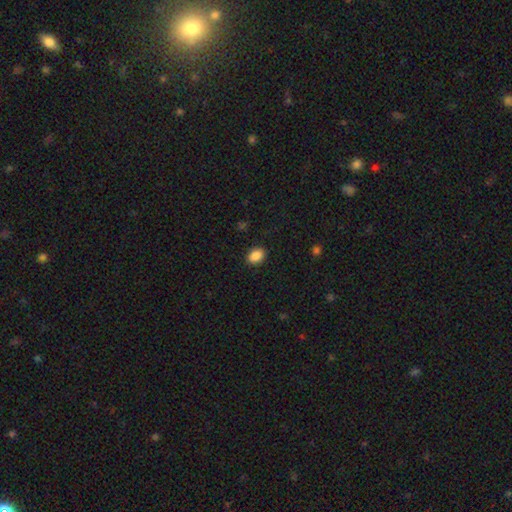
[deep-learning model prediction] A smooth galaxy with no disk features (89%) that is in between round and cigar-shaped (78%).

Vote fractions:
- Smooth or featured? smooth: 89% / star or artifact: 8% / featured or disk: 3%
- How rounded? in between: 78% / round: 21% / cigar-shaped: 1%
- Merging? none: 89% / minor disturbance: 8% / major disturbance: 2% / merger: 1%